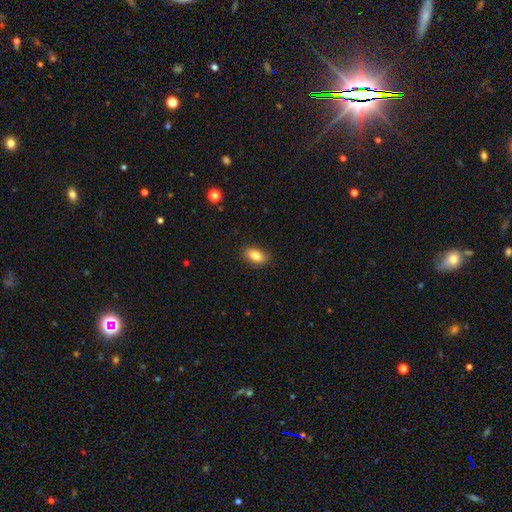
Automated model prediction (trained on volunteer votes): A smooth galaxy with no disk features (84%) that is in between round and cigar-shaped (90%). Merging: none (88%).